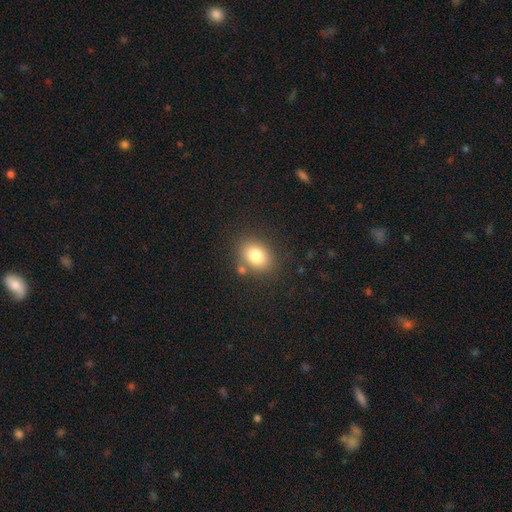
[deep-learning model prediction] Smooth or featured? Predicted: smooth (p=0.82). How rounded? Predicted: in between (p=0.65). Merging? Predicted: none (p=0.78).